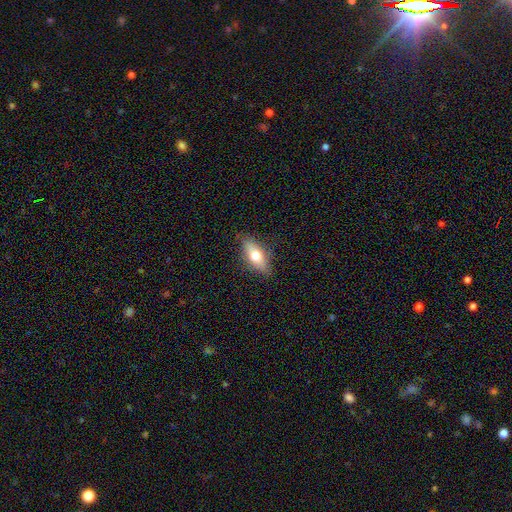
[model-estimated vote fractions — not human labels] smooth-or-featured: smooth: 61% | featured or disk: 32% | star or artifact: 7%
  how-rounded: in between: 70% | cigar-shaped: 26% | round: 4%
  merging: none: 83% | minor disturbance: 13% | major disturbance: 3% | merger: 1%